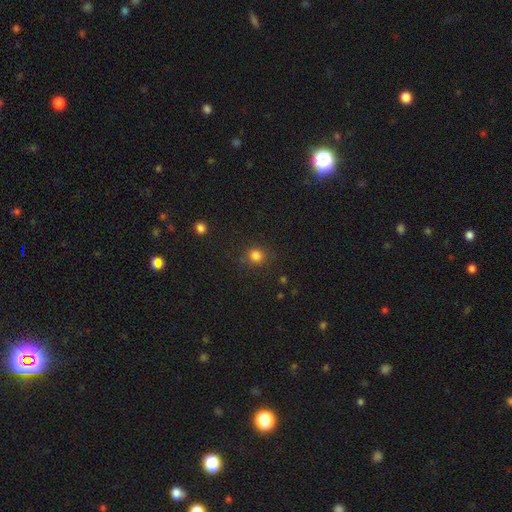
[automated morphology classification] The model was most divided on "smooth or featured": smooth: 81%, star or artifact: 14%, featured or disk: 5%. More confident: how rounded — round (87%); merging — none (83%).